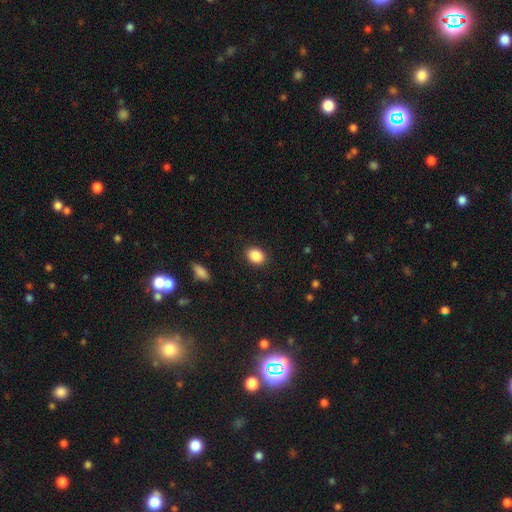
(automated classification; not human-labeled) This is clearly a smooth galaxy (88%). How rounded: possibly in between (60%). Merging: clearly none (90%).